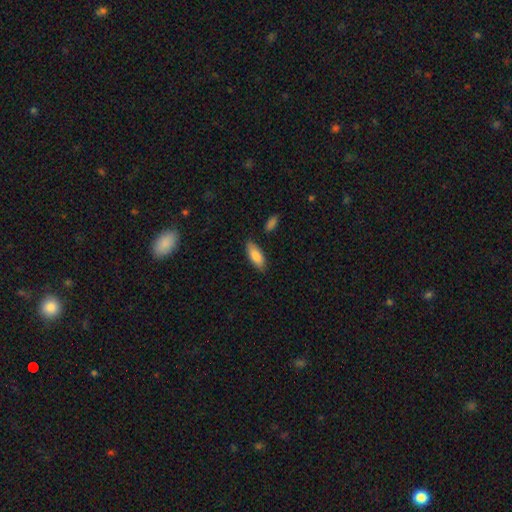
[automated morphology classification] Smooth or featured? smooth (85%)
How rounded? in between (79%)
Merging? none (83%)